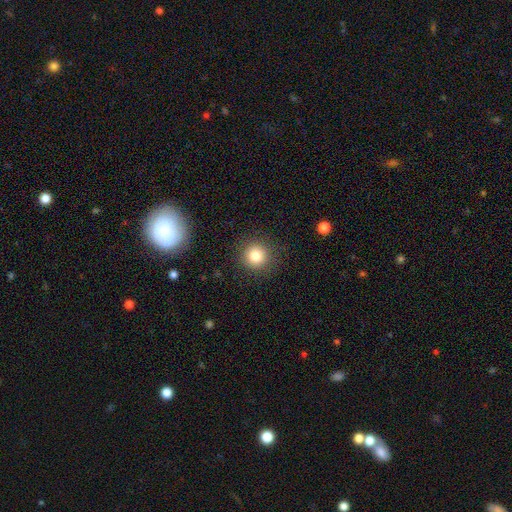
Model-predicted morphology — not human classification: Smooth or featured? smooth (82%)
How rounded? round (93%)
Merging? none (89%)